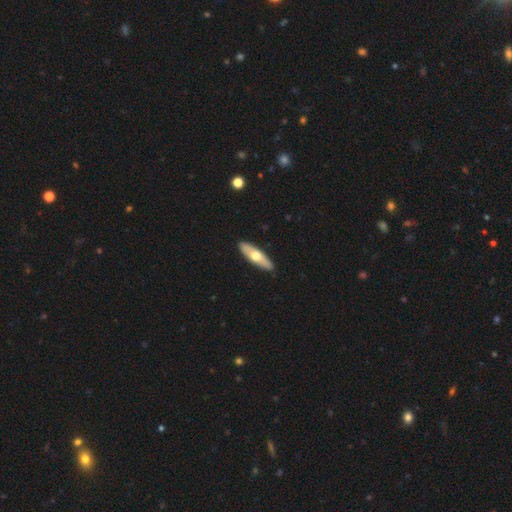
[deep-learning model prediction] Smooth or featured?
  - smooth: 52% *
  - featured or disk: 43%
  - star or artifact: 5%
How rounded?
  - cigar-shaped: 57% *
  - in between: 41%
  - round: 2%
Merging?
  - none: 90% *
  - minor disturbance: 7%
  - major disturbance: 1%
  - merger: 1%